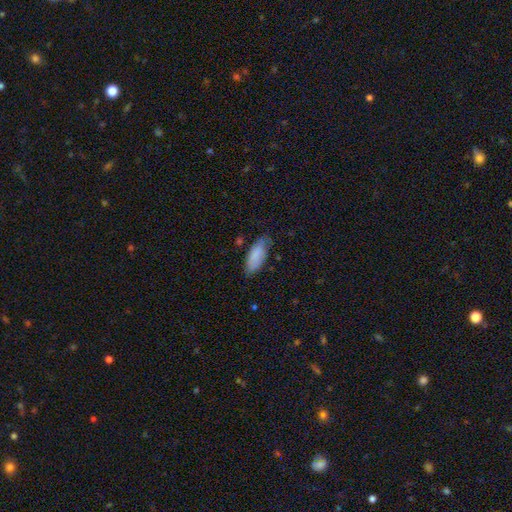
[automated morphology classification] Q: Smooth or featured?
A: smooth (84%); runner-up: featured or disk (9%)
Q: How rounded?
A: in between (84%); runner-up: cigar-shaped (15%)
Q: Merging?
A: none (65%); runner-up: minor disturbance (28%)